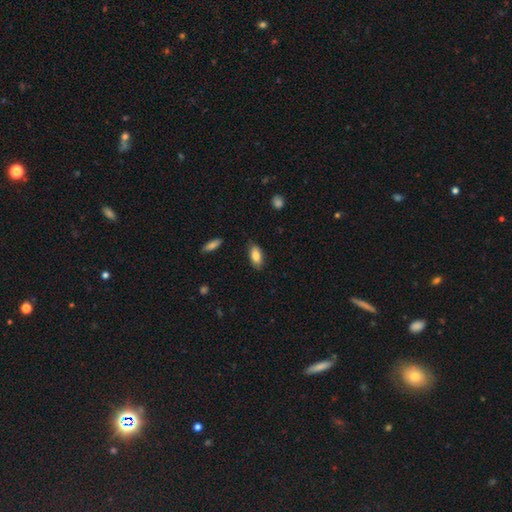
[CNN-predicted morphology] Smooth or featured? smooth (83%)
How rounded? in between (87%)
Merging? none (84%)